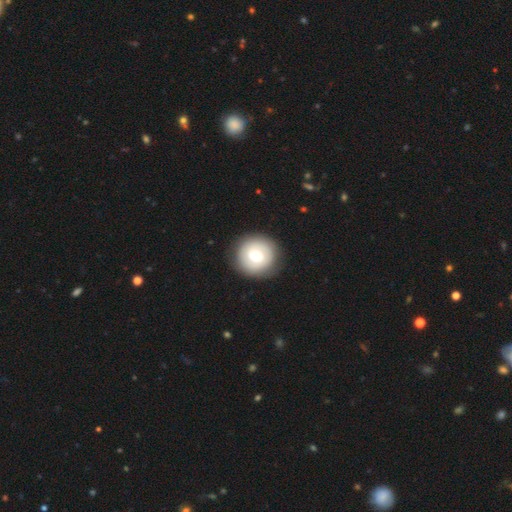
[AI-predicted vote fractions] Smooth or featured? Predicted: smooth (p=0.64). How rounded? Predicted: round (p=0.94). Merging? Predicted: none (p=0.88).